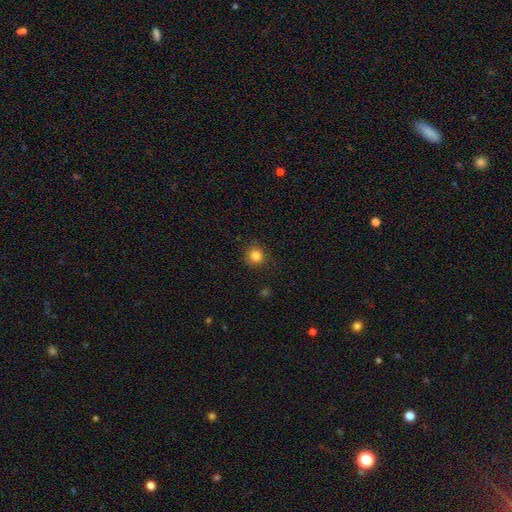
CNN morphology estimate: This appears to be a smooth galaxy with no disk features (84%) that is round (92%). Merging: none (86%).